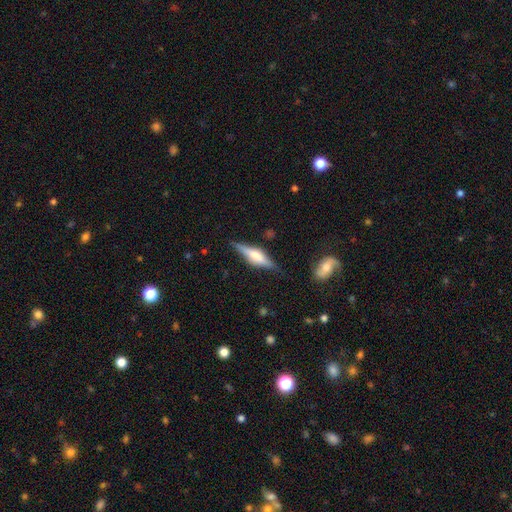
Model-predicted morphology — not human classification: This is likely a featured or disk galaxy (62%). It is clearly viewed edge-on (95%). Edge-on bulge: likely rounded (69%). Merging: clearly none (82%).